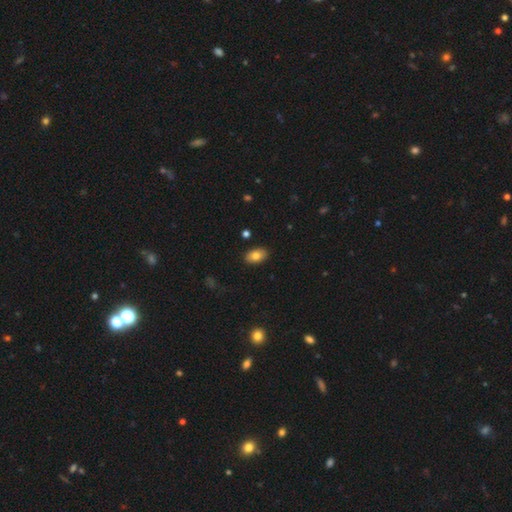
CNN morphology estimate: The model was most divided on "smooth or featured": smooth: 81%, featured or disk: 11%, star or artifact: 8%. More confident: how rounded — in between (90%); merging — none (88%).